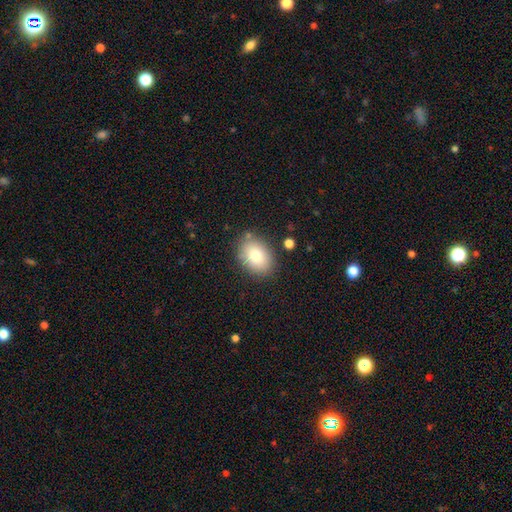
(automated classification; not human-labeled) Overall: smooth (80%). How rounded: in between (75%). Merging: none (82%).